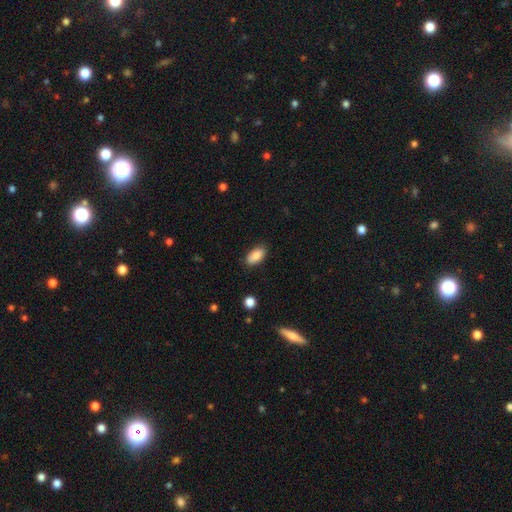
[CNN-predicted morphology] Overall: smooth (88%). How rounded: in between (91%). Merging: none (84%).